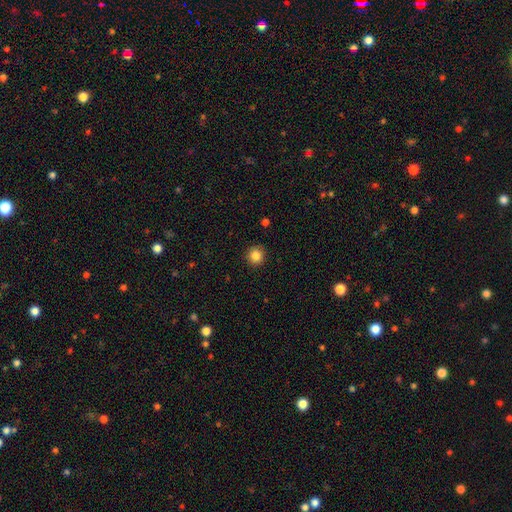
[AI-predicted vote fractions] Smooth or featured: smooth — 85% (star or artifact — 11%)
How rounded: round — 94% (in between — 5%)
Merging: none — 92% (minor disturbance — 5%)